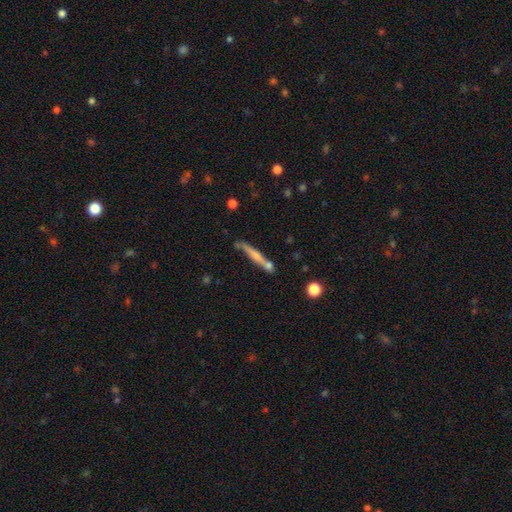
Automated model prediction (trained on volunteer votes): featured or disk 47%, smooth 46%, star or artifact 7%. Down the decision tree: merging — none (62%).